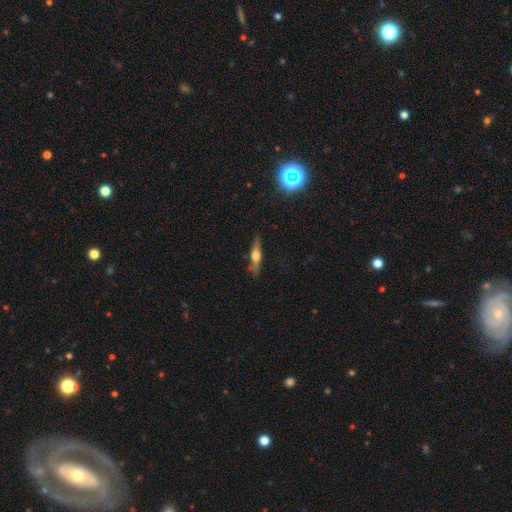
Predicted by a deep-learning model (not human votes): A featured or disk galaxy (61%) viewed edge-on (95%) with a rounded central bulge (90%). Merging: none (83%).